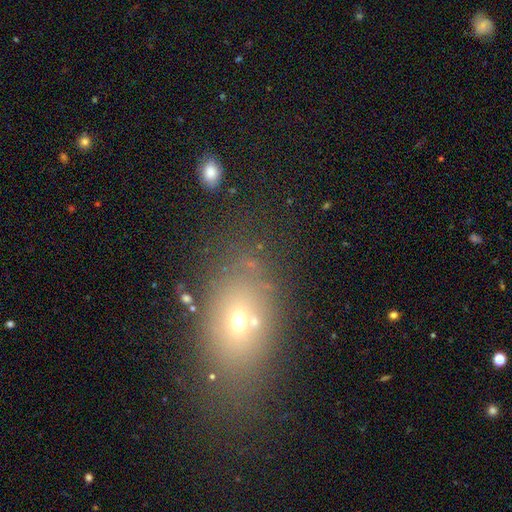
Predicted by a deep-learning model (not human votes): Morphology: type=smooth (56%); roundness=in between (70%); merging=none (70%).